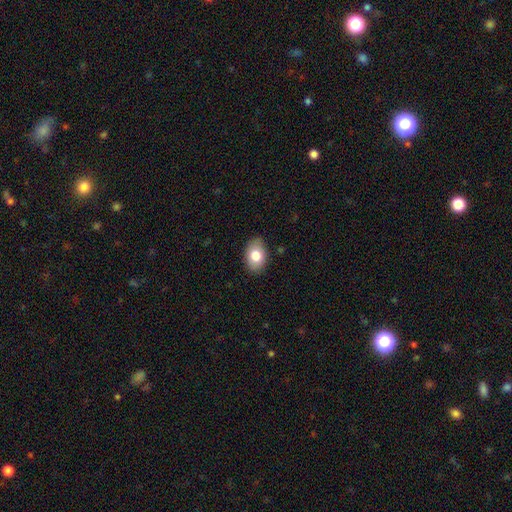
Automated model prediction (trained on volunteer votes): Smooth or featured? smooth (79%)
How rounded? in between (83%)
Merging? none (85%)